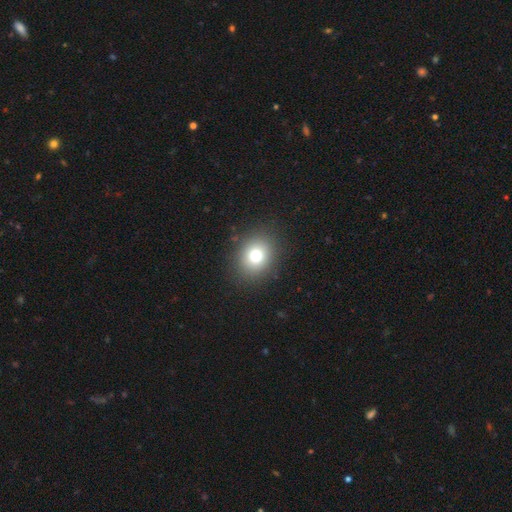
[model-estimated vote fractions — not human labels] A smooth galaxy with no disk features (75%) that is round (63%). Merging: none (88%).